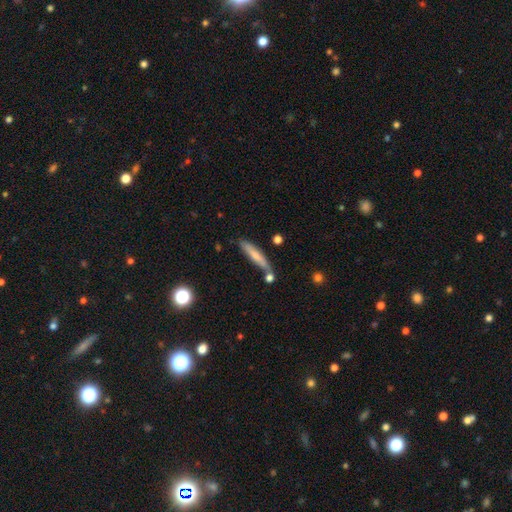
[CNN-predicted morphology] smooth_or_featured: smooth (p=0.68) [alt: featured or disk p=0.26]
how_rounded: cigar-shaped (p=0.89) [alt: in between p=0.09]
merging: none (p=0.67) [alt: minor disturbance p=0.17]